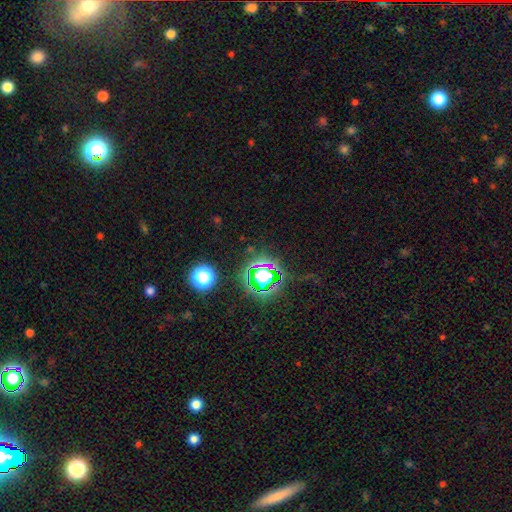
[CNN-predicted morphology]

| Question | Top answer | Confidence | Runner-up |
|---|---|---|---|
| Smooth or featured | star or artifact | 77% | smooth (15%) |